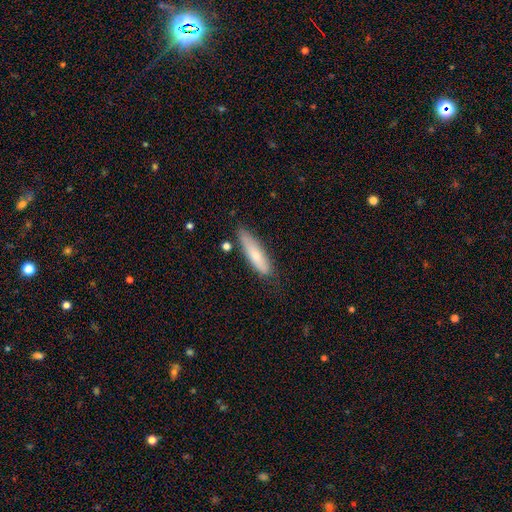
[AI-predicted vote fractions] A smooth galaxy with no disk features (74%) that is cigar-shaped (69%). Merging: none (74%).